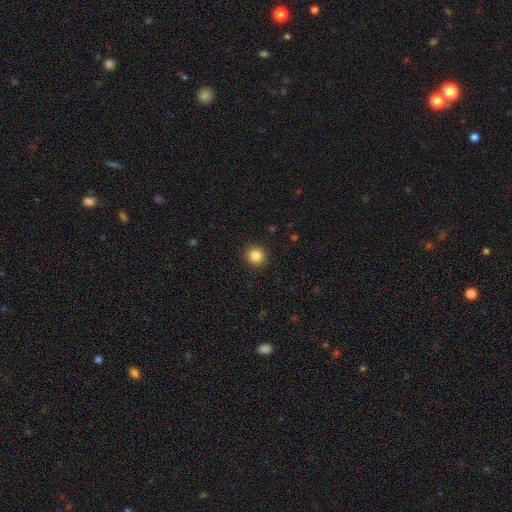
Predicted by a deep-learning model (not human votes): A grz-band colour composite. It shows a smooth galaxy with no disk features (85%) that is round (95%). Merging: none (92%).